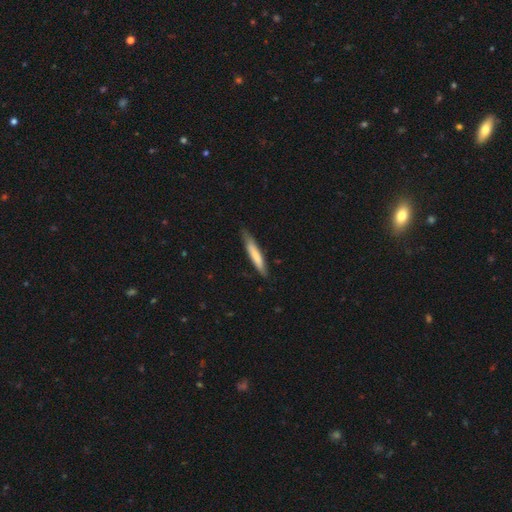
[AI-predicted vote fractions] Smooth or featured? smooth (72%)
How rounded? cigar-shaped (92%)
Merging? none (79%)